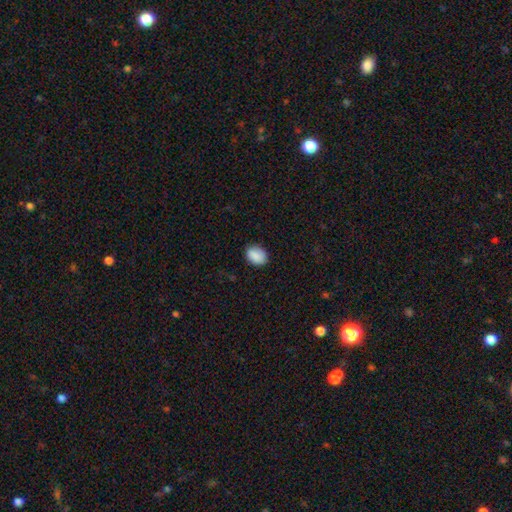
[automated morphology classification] smooth_or_featured: smooth (p=0.89) [alt: star or artifact p=0.07]
how_rounded: in between (p=0.74) [alt: round p=0.25]
merging: none (p=0.84) [alt: minor disturbance p=0.12]